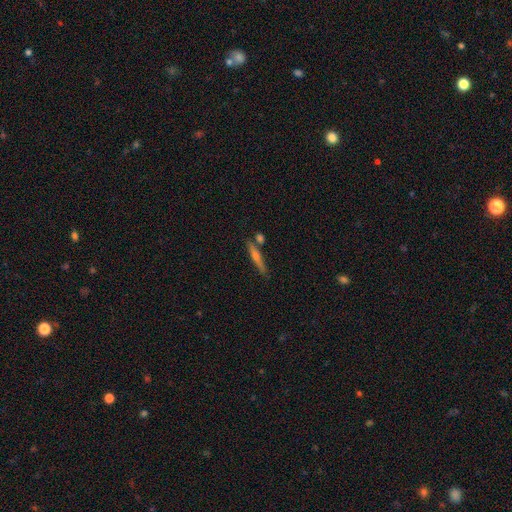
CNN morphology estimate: smooth-or-featured: featured or disk: 59% | smooth: 33% | star or artifact: 9%
  disk-edge-on: yes: 96% | no: 4%
    edge-on-bulge: rounded: 76% | none: 18% | boxy: 7%
  merging: none: 78% | minor disturbance: 10% | merger: 9% | major disturbance: 3%